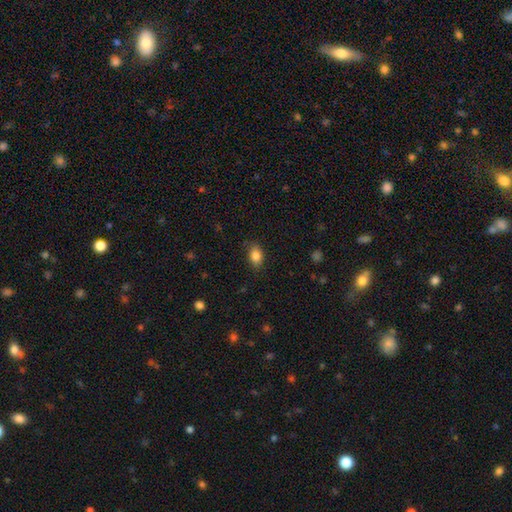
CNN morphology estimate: type=smooth (86%); roundness=in between (84%); merging=none (83%).